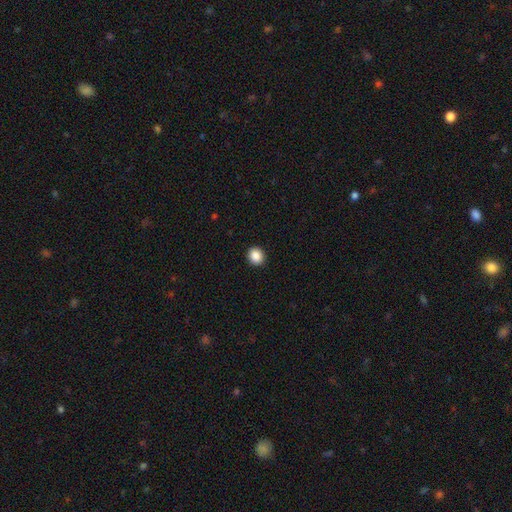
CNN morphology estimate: Q: Smooth or featured?
A: smooth (88%); runner-up: star or artifact (9%)
Q: How rounded?
A: round (81%); runner-up: in between (18%)
Q: Merging?
A: none (92%); runner-up: minor disturbance (5%)